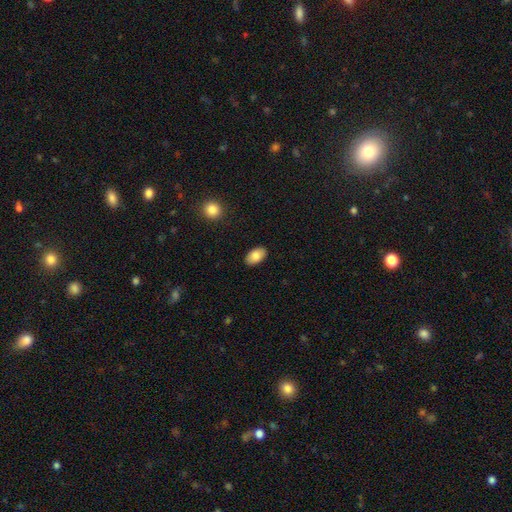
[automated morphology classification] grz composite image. It shows a smooth galaxy with no disk features (84%) that is in between round and cigar-shaped (94%). Merging: none (89%).